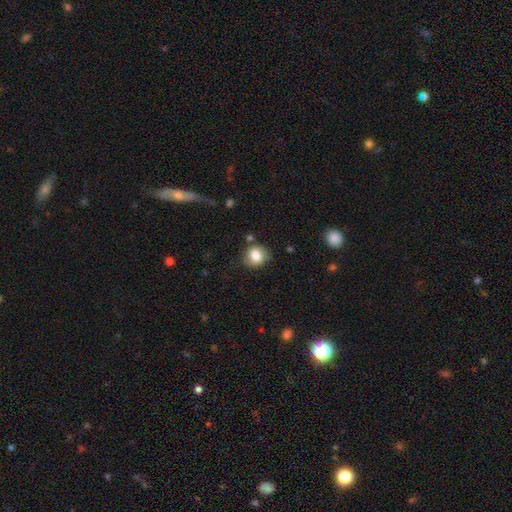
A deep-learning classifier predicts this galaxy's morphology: This appears to be a smooth galaxy with no disk features (81%) that is round (76%). Merging: none (75%).